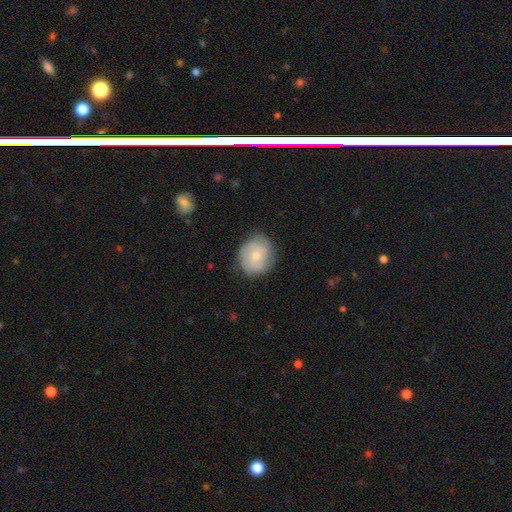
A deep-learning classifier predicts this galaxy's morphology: The model was most divided on "smooth or featured" (2-way tie): featured or disk: 47%, smooth: 47%, star or artifact: 7%. More confident: merging — none (78%).